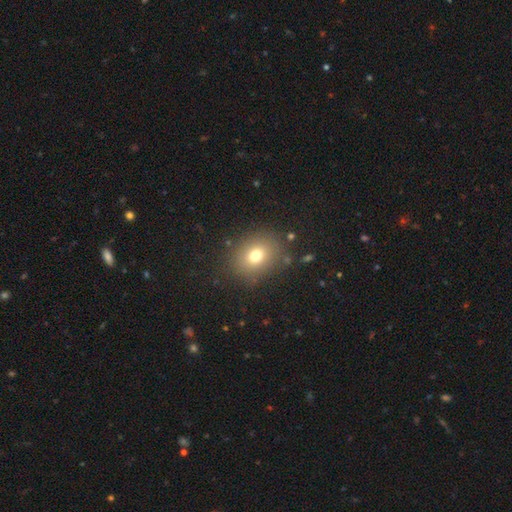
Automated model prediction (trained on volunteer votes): Morphology: type=smooth (74%); roundness=round (52%); merging=none (84%).